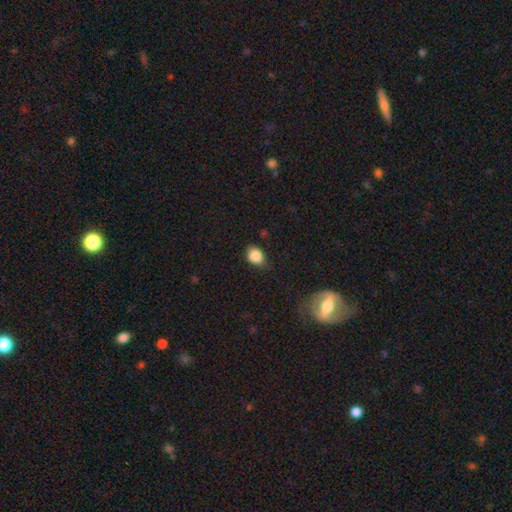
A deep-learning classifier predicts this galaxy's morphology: smooth_or_featured: smooth (p=0.86) [alt: star or artifact p=0.09]
how_rounded: in between (p=0.64) [alt: round p=0.35]
merging: none (p=0.68) [alt: minor disturbance p=0.26]